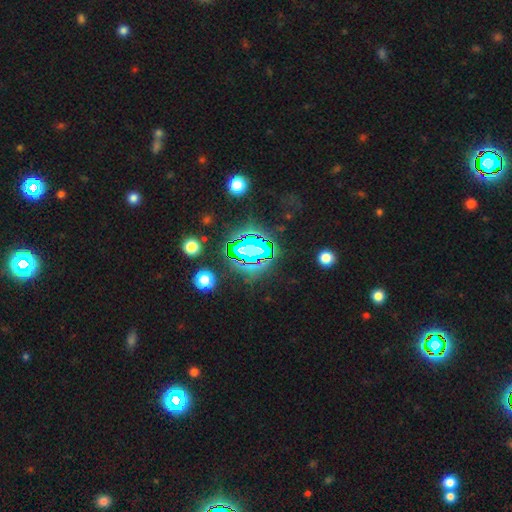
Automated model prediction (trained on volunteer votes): Q: Smooth or featured?
A: star or artifact (81%); runner-up: smooth (11%)